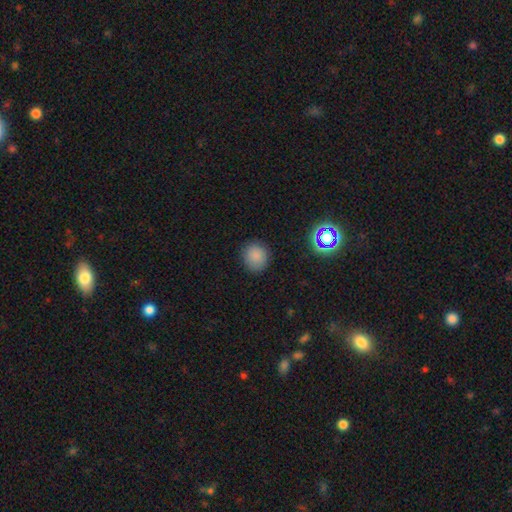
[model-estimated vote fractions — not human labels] Smooth or featured: smooth — 84% (star or artifact — 12%)
How rounded: round — 85% (in between — 14%)
Merging: none — 88% (minor disturbance — 9%)